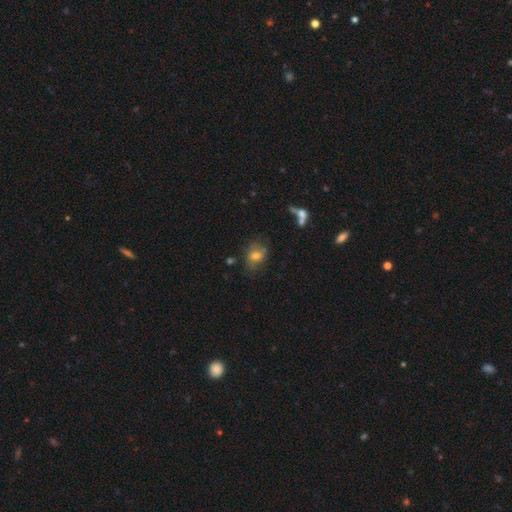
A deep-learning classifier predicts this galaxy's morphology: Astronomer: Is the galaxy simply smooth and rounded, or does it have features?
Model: smooth — 66%.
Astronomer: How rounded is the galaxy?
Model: in between — 62%.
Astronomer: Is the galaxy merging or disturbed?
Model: none — 63%.